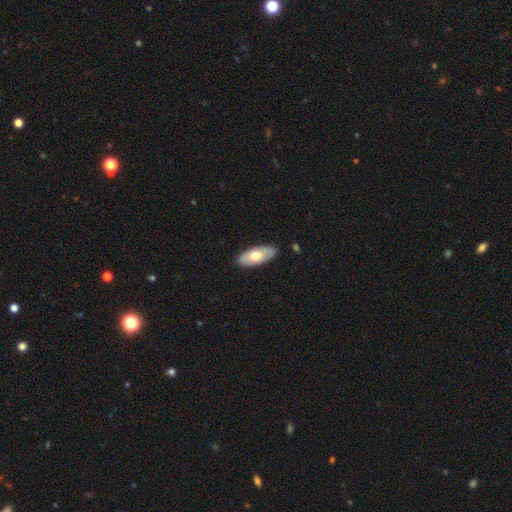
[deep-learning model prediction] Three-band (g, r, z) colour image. It shows a smooth galaxy with no disk features (59%) that is in between round and cigar-shaped (90%). Merging: none (87%).